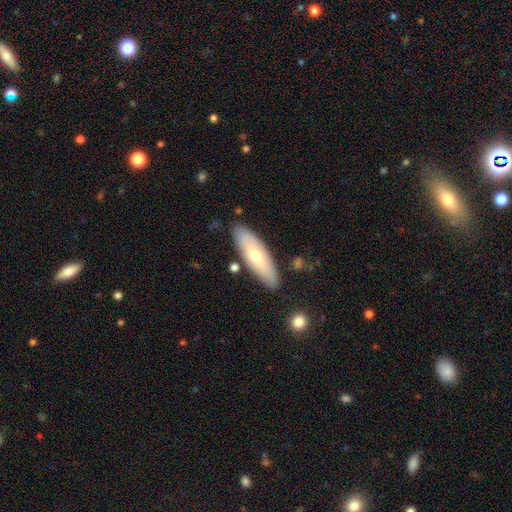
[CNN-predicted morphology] Smooth or featured?
  - smooth: 60% *
  - featured or disk: 35%
  - star or artifact: 5%
How rounded?
  - in between: 51% *
  - cigar-shaped: 48%
  - round: 2%
Merging?
  - none: 84% *
  - minor disturbance: 11%
  - merger: 3%
  - major disturbance: 2%